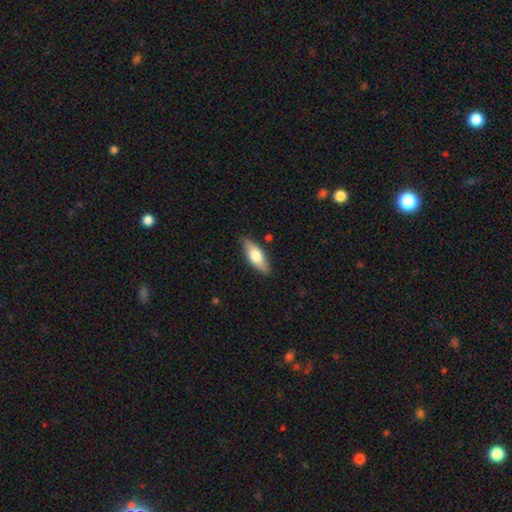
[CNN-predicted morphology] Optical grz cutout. It shows a smooth galaxy with no disk features (64%) that is in between round and cigar-shaped (68%). Merging: none (83%).